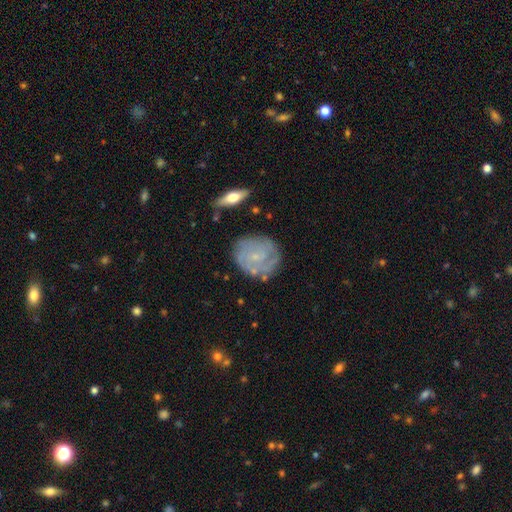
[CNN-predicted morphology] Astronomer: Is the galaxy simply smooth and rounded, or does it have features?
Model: featured or disk — 69%.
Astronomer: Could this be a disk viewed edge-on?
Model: no — 97%.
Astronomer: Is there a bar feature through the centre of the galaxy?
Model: no — 74%.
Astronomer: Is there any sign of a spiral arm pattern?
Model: yes — 85%.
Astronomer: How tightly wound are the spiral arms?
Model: tight — 65%.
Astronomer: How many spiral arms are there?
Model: can't tell — 43% (runner-up: 2, 23%).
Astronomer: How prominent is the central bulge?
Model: small — 79%.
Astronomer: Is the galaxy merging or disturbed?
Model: none — 72%.